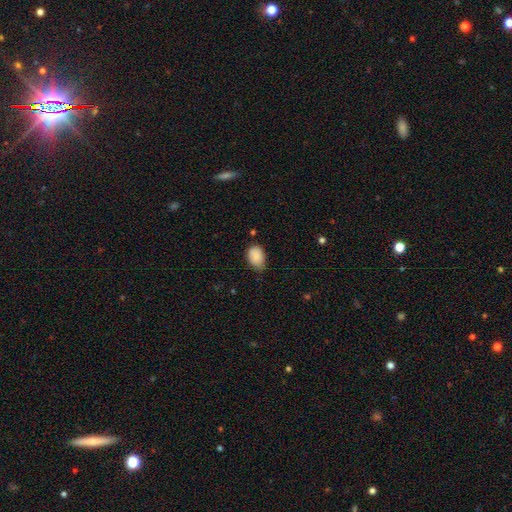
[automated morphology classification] smooth 88%, star or artifact 7%, featured or disk 5%. Down the decision tree: how rounded — in between (86%); merging — none (56%).